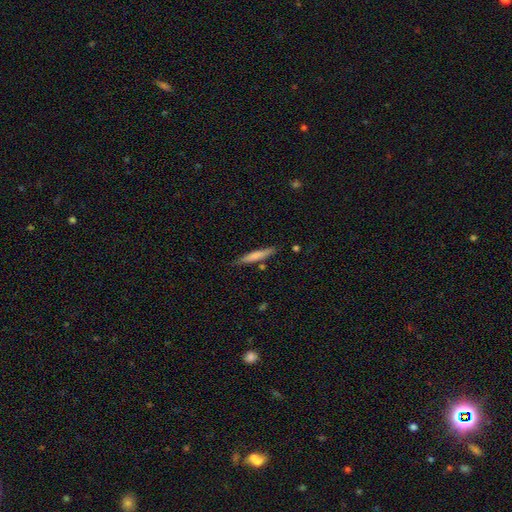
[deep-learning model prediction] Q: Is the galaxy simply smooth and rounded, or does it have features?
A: smooth — 72%.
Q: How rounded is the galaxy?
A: cigar-shaped — 91%.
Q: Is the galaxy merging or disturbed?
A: none — 82%.